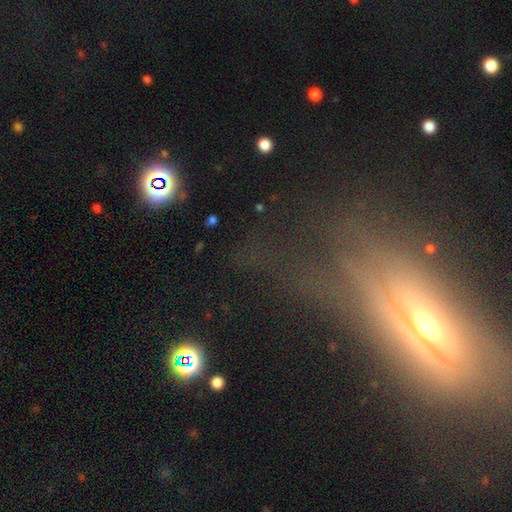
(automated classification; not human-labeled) smooth_or_featured: star or artifact (p=0.43) [alt: featured or disk p=0.32]